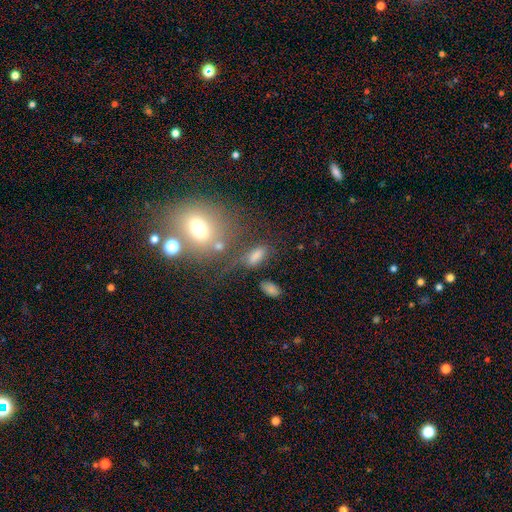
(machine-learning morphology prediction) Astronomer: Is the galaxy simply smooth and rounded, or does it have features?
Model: smooth — 75%.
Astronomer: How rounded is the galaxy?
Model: in between — 76%.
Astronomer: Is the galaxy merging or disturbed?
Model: none — 58%.